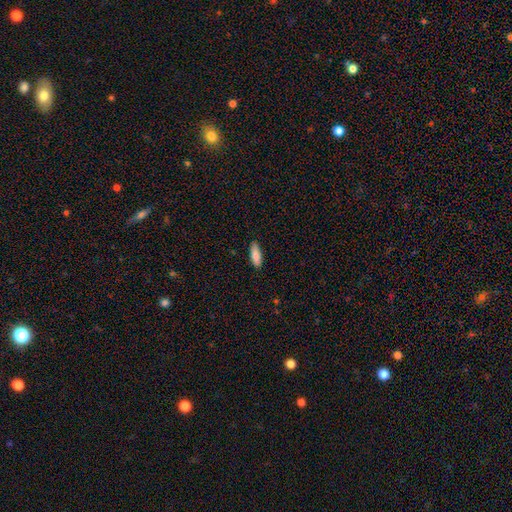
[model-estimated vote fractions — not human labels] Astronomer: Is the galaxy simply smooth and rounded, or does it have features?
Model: smooth — 86%.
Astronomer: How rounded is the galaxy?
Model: in between — 54% (runner-up: cigar-shaped, 44%).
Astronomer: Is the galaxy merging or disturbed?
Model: none — 87%.